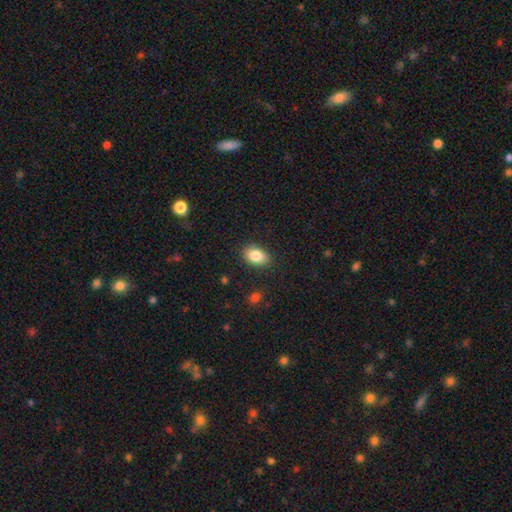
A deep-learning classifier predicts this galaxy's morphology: A smooth galaxy with no disk features (84%) that is in between round and cigar-shaped (86%).

Vote fractions:
- Smooth or featured? smooth: 84% / featured or disk: 8% / star or artifact: 8%
- How rounded? in between: 86% / round: 13% / cigar-shaped: 1%
- Merging? none: 85% / minor disturbance: 11% / major disturbance: 3% / merger: 1%